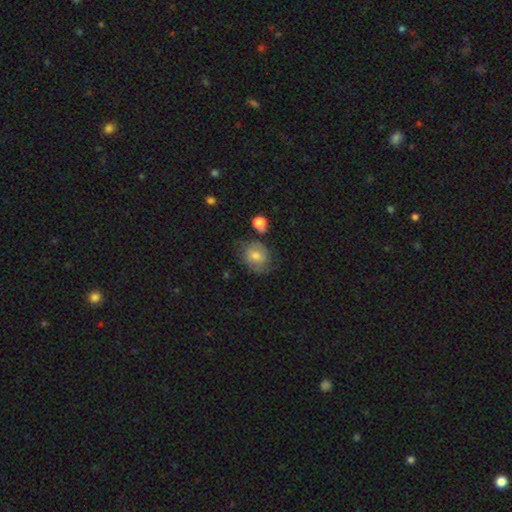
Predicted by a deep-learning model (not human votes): This appears to be a smooth galaxy with no disk features (54%) that is round (56%). Merging: none (56%).